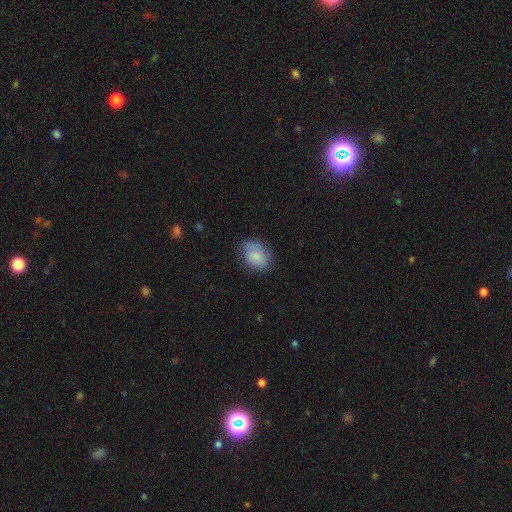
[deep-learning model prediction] Overall: smooth (79%). How rounded: in between (60%; round 39%). Merging: none (60%; minor disturbance 29%).